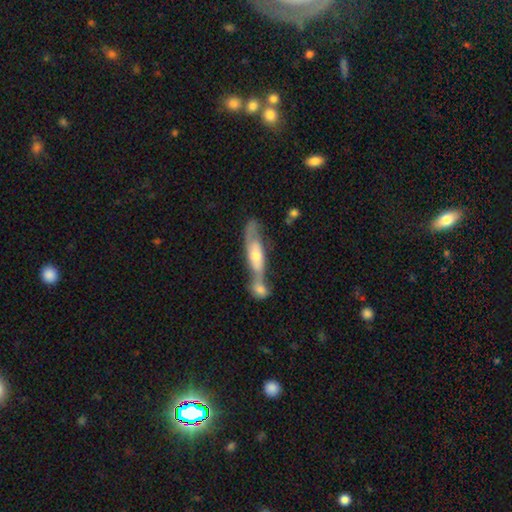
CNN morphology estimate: This appears to be a featured or disk galaxy (63%). Merging: merger (57%).